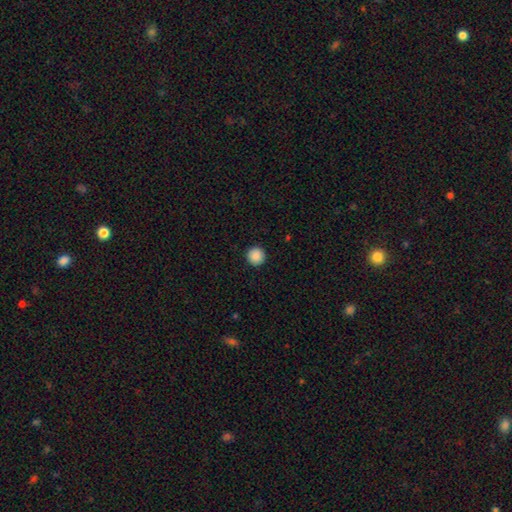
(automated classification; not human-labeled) A smooth galaxy with no disk features (89%) that is round (96%).

Vote fractions:
- Smooth or featured? smooth: 89% / star or artifact: 9% / featured or disk: 2%
- How rounded? round: 96% / in between: 3% / cigar-shaped: 1%
- Merging? none: 93% / minor disturbance: 4% / major disturbance: 2% / merger: 1%